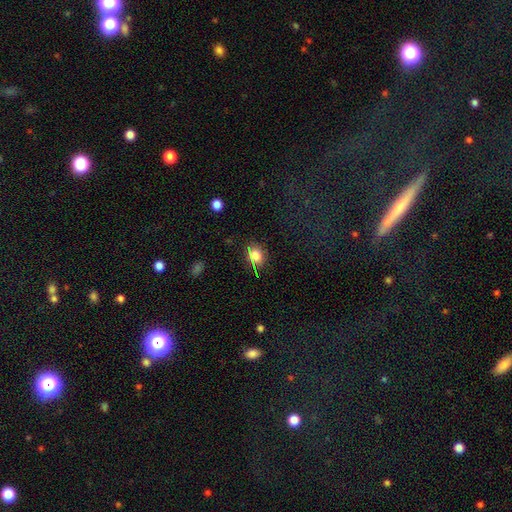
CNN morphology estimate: Overall: smooth (72%). How rounded: round (63%; in between 35%). Merging: none (79%).